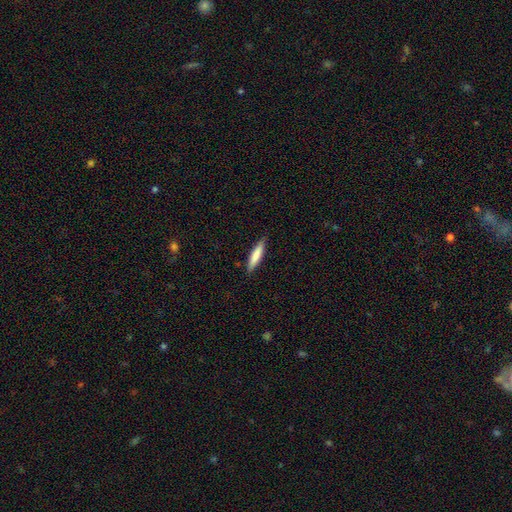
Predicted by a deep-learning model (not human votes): Q: Smooth or featured?
A: smooth (79%); runner-up: featured or disk (16%)
Q: How rounded?
A: cigar-shaped (84%); runner-up: in between (15%)
Q: Merging?
A: none (87%); runner-up: minor disturbance (10%)